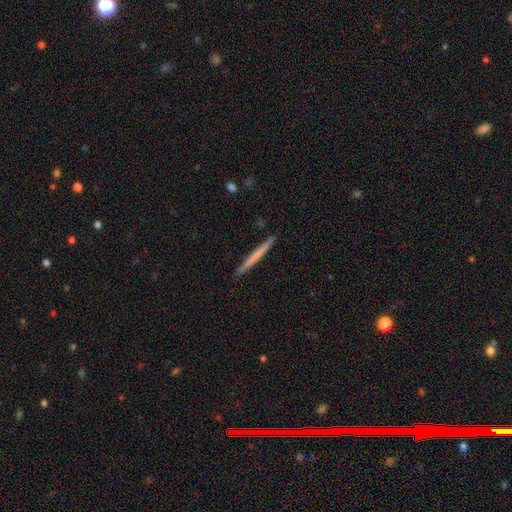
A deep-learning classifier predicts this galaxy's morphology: type=smooth (60%); roundness=cigar-shaped (97%); merging=none (92%).